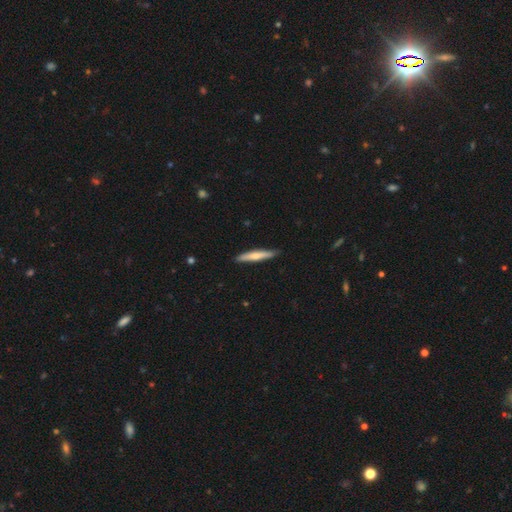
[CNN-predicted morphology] Smooth or featured? Predicted: smooth (p=0.58). How rounded? Predicted: cigar-shaped (p=0.93). Merging? Predicted: none (p=0.89).